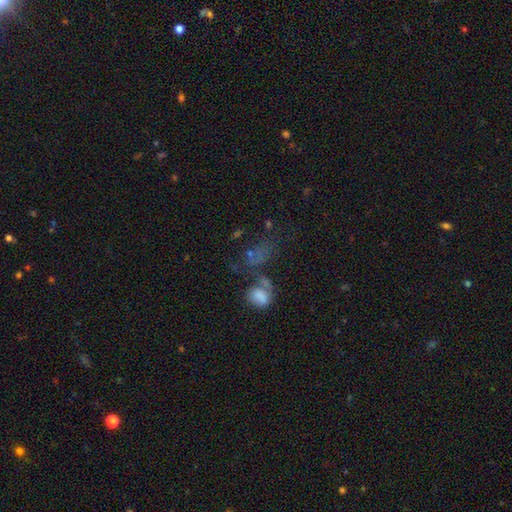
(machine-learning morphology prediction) The model was most divided on "merging": merger: 34%, none: 31%, major disturbance: 21%, minor disturbance: 14%. More confident: how rounded — in between (66%); smooth or featured — smooth (50%).